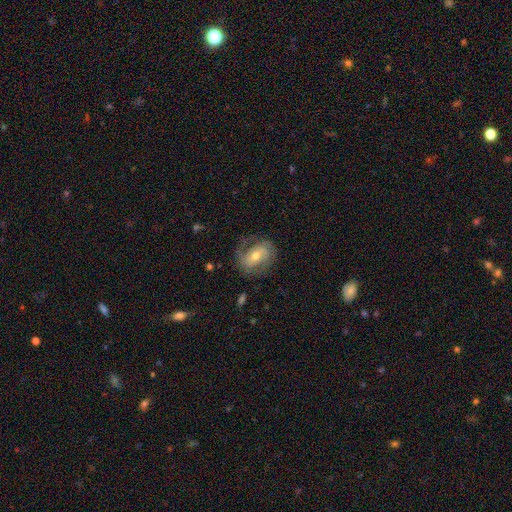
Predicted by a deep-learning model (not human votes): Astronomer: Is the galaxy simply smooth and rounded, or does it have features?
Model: featured or disk — 75%.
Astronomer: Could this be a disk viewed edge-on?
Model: no — 96%.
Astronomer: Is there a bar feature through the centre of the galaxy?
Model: no — 43% (runner-up: weak, 37%).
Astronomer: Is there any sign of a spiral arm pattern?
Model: yes — 90%.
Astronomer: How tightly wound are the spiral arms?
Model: medium — 43% (runner-up: tight, 39%).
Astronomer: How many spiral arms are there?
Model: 2 — 74%.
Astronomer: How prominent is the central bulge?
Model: moderate — 60%.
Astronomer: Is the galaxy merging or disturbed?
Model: none — 70%.